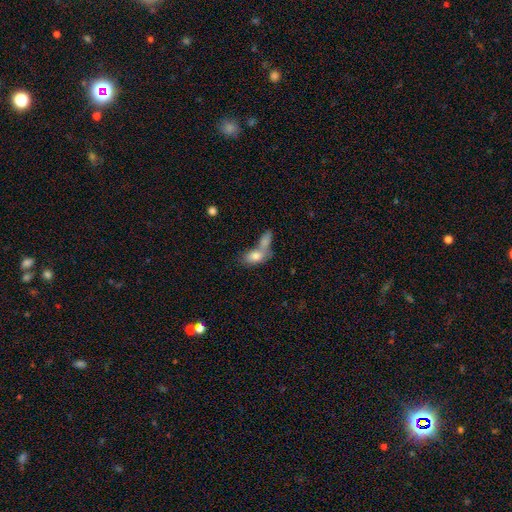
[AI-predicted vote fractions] This appears to be a smooth galaxy with no disk features (78%) that is in between round and cigar-shaped (86%). Merging: merger (62%).